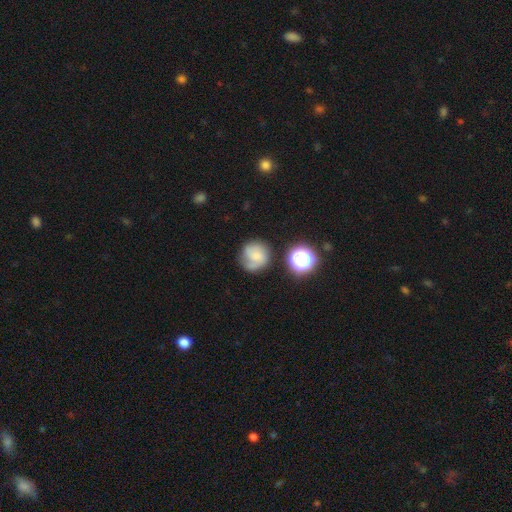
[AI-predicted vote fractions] Morphology: type=smooth (47%); merging=none (63%).